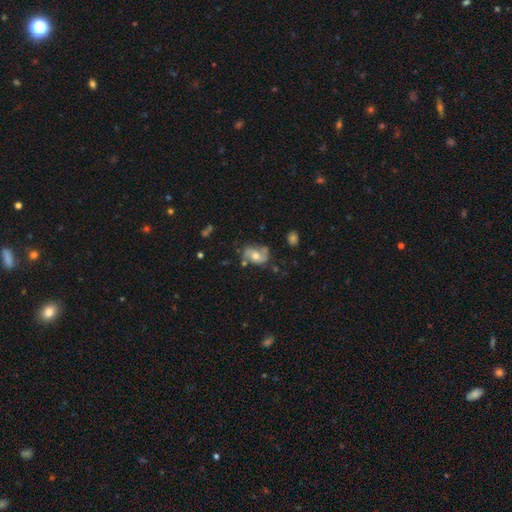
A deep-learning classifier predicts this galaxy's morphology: This appears to be a featured or disk galaxy (54%) with no bar (67%), spiral arms (75%) and a moderate central bulge (71%). Merging: none (58%).